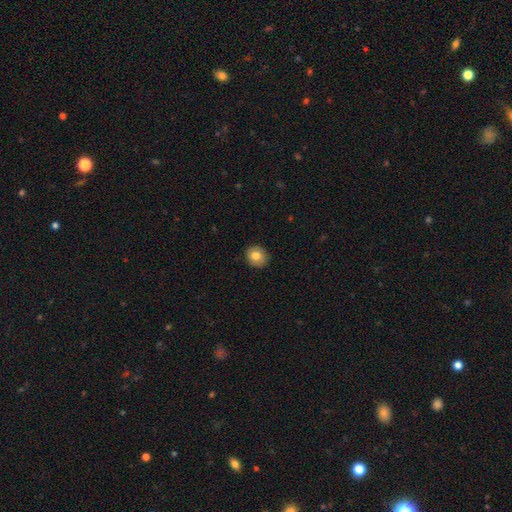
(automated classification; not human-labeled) smooth 80%, featured or disk 11%, star or artifact 9%. Down the decision tree: how rounded — round (74%); merging — none (90%).